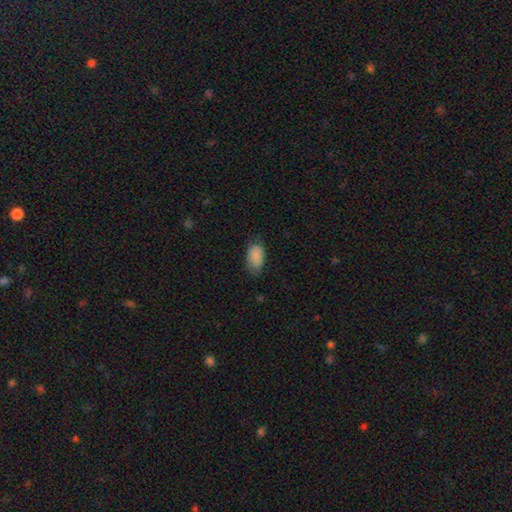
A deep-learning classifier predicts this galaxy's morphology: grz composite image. It shows a smooth galaxy with no disk features (88%) that is in between round and cigar-shaped (93%). Merging: none (70%).